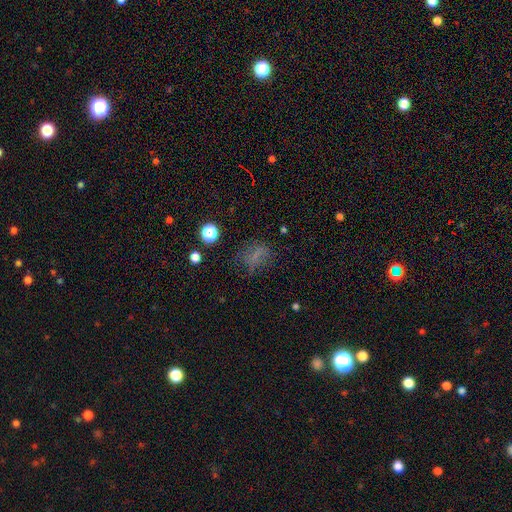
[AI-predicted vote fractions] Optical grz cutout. It shows a smooth galaxy with no disk features (52%) that is in between round and cigar-shaped (55%). Merging: none (61%).